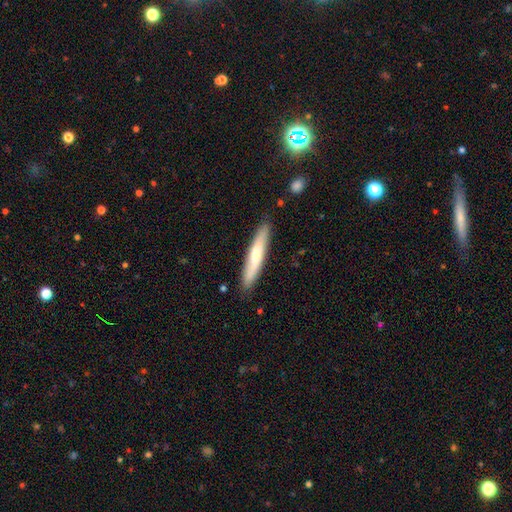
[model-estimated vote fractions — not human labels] This is likely a smooth galaxy (60%). How rounded: clearly cigar-shaped (91%). Merging: clearly none (86%).